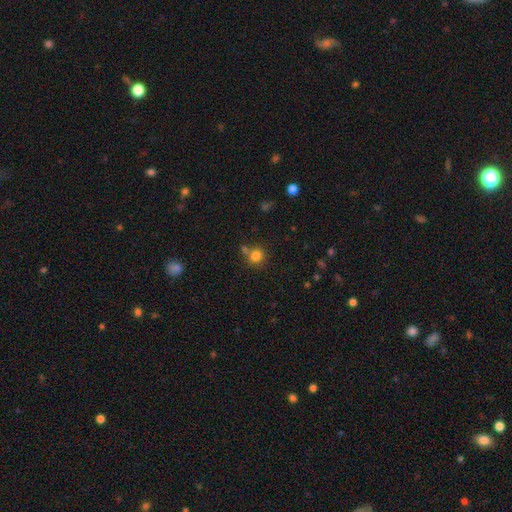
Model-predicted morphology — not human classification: Smooth or featured?
  - smooth: 81% *
  - star or artifact: 13%
  - featured or disk: 6%
How rounded?
  - round: 85% *
  - in between: 14%
  - cigar-shaped: 1%
Merging?
  - none: 65% *
  - merger: 20%
  - minor disturbance: 11%
  - major disturbance: 4%